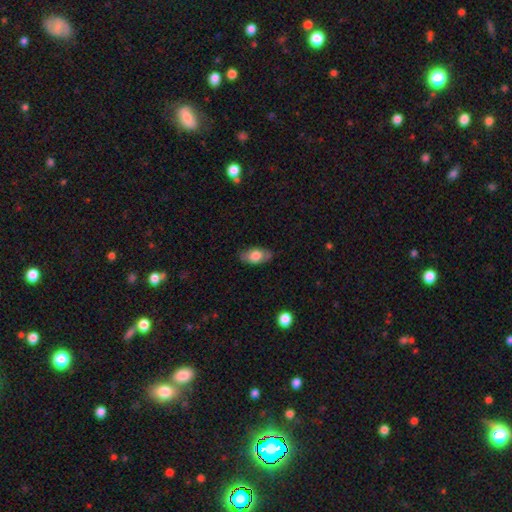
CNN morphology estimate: A smooth galaxy with no disk features (71%) that is in between round and cigar-shaped (91%).

Vote fractions:
- Smooth or featured? smooth: 71% / featured or disk: 23% / star or artifact: 6%
- How rounded? in between: 91% / round: 5% / cigar-shaped: 4%
- Merging? none: 81% / minor disturbance: 15% / major disturbance: 3% / merger: 1%